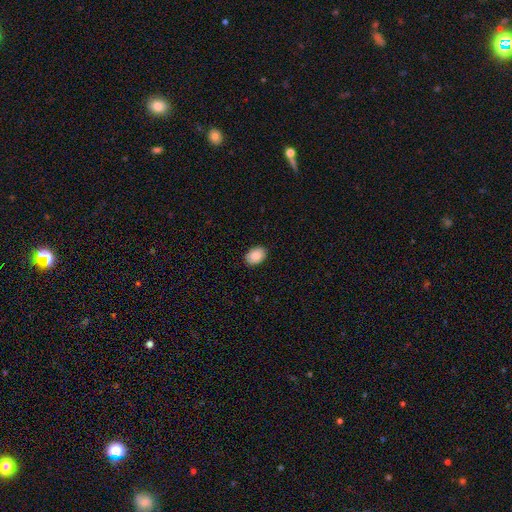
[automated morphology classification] Smooth or featured: smooth — 89% (star or artifact — 7%)
How rounded: in between — 83% (round — 16%)
Merging: none — 89% (minor disturbance — 8%)